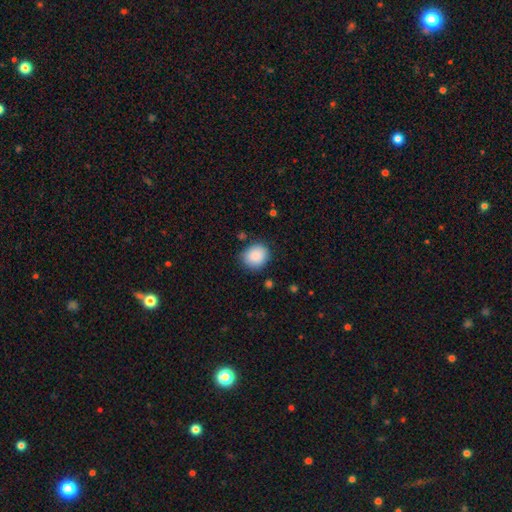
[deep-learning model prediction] The model was most divided on "how rounded": round: 71%, in between: 28%, cigar-shaped: 1%. More confident: smooth or featured — smooth (88%); merging — none (79%).